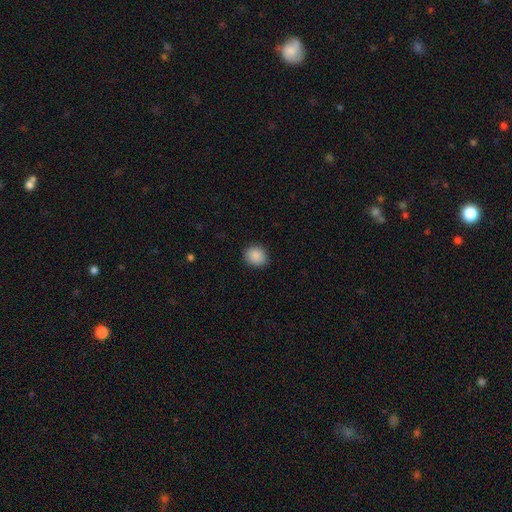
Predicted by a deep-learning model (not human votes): smooth-or-featured: smooth: 89% | star or artifact: 8% | featured or disk: 3%
  how-rounded: round: 72% | in between: 27% | cigar-shaped: 1%
  merging: none: 88% | minor disturbance: 9% | major disturbance: 2% | merger: 1%